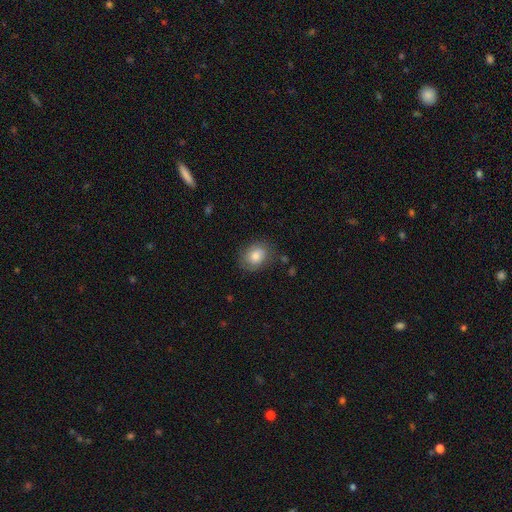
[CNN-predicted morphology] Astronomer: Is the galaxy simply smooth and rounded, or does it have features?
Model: smooth — 77%.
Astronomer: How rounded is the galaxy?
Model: in between — 58% (runner-up: round, 41%).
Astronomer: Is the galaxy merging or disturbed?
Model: none — 75%.